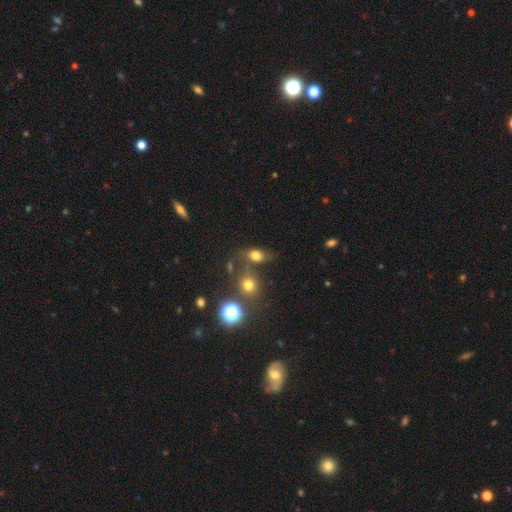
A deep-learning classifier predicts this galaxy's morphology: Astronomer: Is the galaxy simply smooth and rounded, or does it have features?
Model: smooth — 73%.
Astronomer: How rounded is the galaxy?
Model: in between — 67%.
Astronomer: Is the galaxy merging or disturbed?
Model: none — 54%.